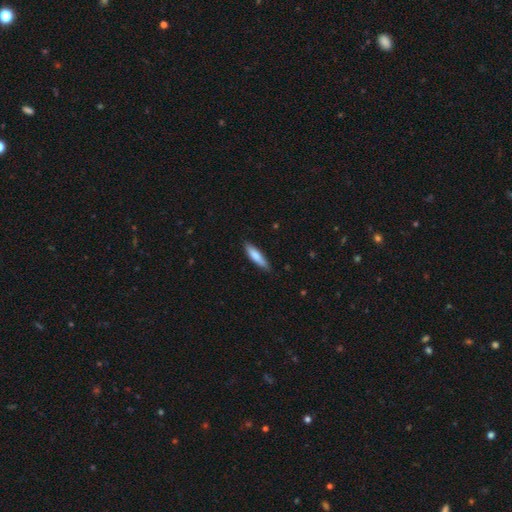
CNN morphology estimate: Smooth or featured? smooth (78%)
How rounded? cigar-shaped (74%)
Merging? none (82%)